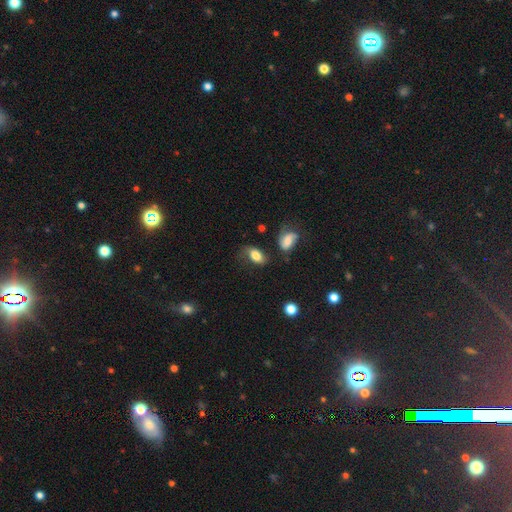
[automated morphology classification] smooth-or-featured: smooth: 74% | featured or disk: 17% | star or artifact: 8%
  how-rounded: in between: 89% | round: 8% | cigar-shaped: 3%
  merging: none: 49% | minor disturbance: 28% | major disturbance: 16% | merger: 7%